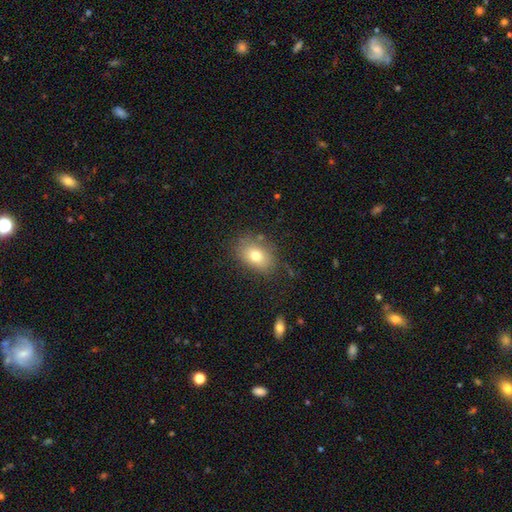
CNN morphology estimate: type=smooth (75%); roundness=in between (76%); merging=none (78%).